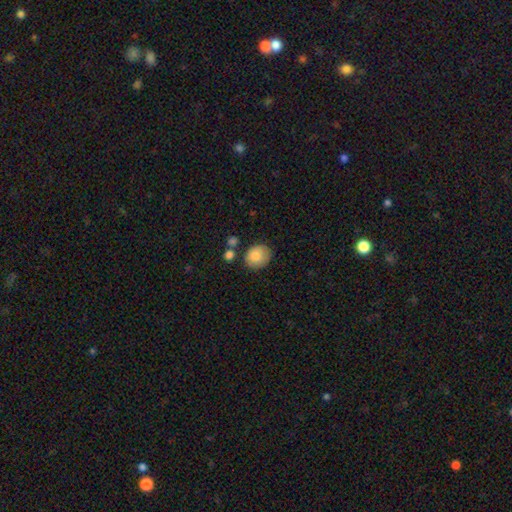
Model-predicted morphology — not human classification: smooth-or-featured: smooth: 84% | featured or disk: 8% | star or artifact: 8%
  how-rounded: round: 68% | in between: 31% | cigar-shaped: 1%
  merging: none: 73% | minor disturbance: 16% | merger: 7% | major disturbance: 4%